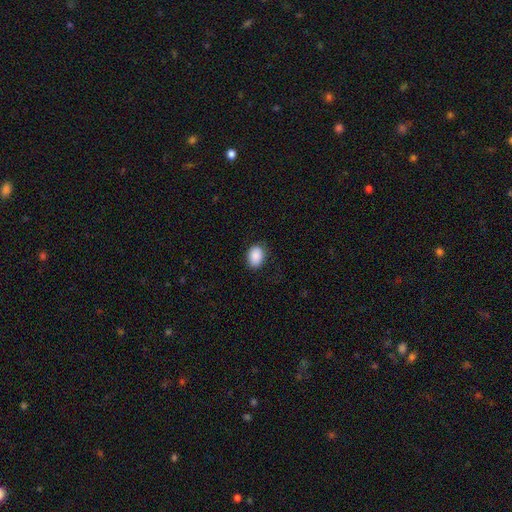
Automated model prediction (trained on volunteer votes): smooth_or_featured: smooth (p=0.89) [alt: star or artifact p=0.07]
how_rounded: in between (p=0.76) [alt: round p=0.23]
merging: none (p=0.85) [alt: minor disturbance p=0.12]